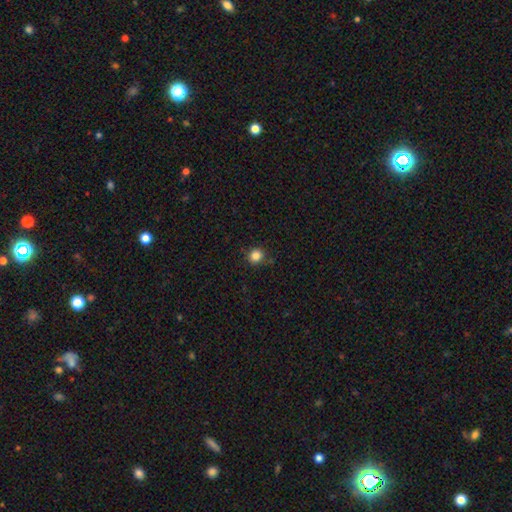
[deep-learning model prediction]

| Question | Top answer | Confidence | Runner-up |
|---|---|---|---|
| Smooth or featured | smooth | 85% | star or artifact (11%) |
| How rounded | round | 92% | in between (7%) |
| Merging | none | 86% | minor disturbance (9%) |